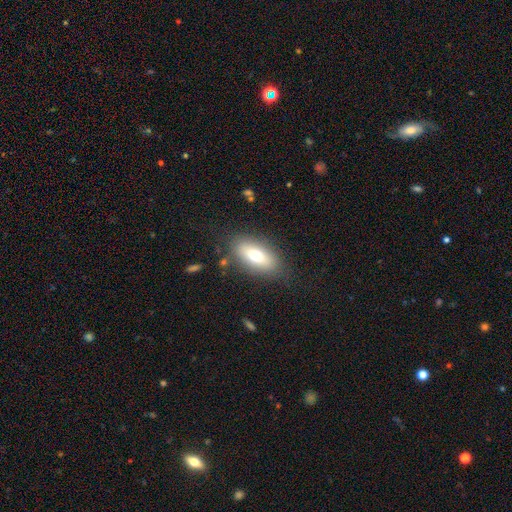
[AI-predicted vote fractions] Morphology: type=smooth (69%); roundness=in between (86%); merging=none (80%).